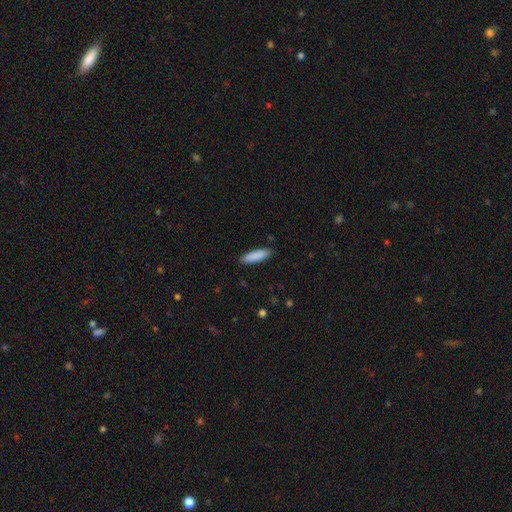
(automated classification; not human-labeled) Smooth or featured? Predicted: smooth (p=0.89). How rounded? Predicted: cigar-shaped (p=0.60). Merging? Predicted: none (p=0.89).